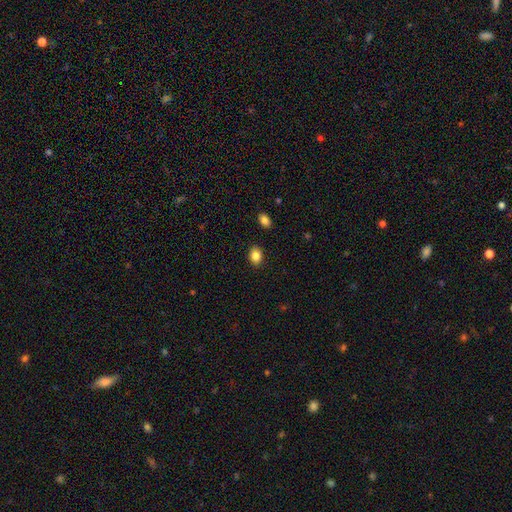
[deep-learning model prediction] smooth-or-featured: smooth: 86% | star or artifact: 9% | featured or disk: 4%
  how-rounded: in between: 55% | round: 45% | cigar-shaped: 1%
  merging: none: 89% | minor disturbance: 7% | major disturbance: 2% | merger: 2%